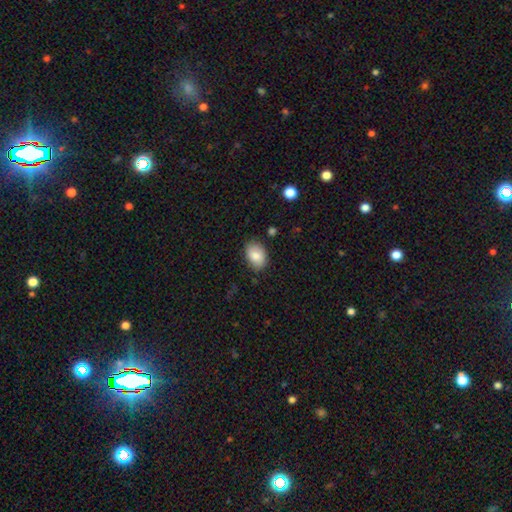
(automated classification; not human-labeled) Smooth or featured: smooth — 82% (featured or disk — 10%)
How rounded: in between — 78% (round — 21%)
Merging: none — 81% (minor disturbance — 15%)